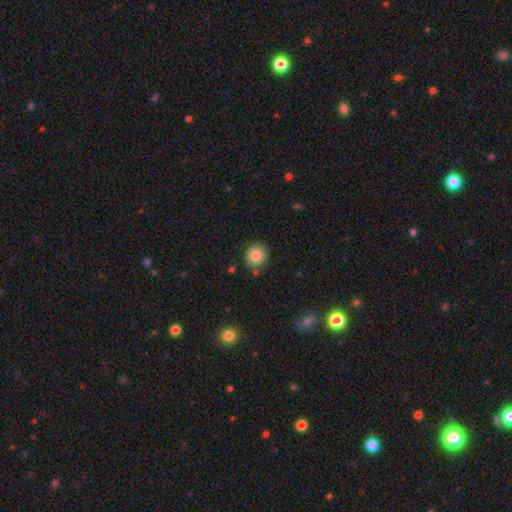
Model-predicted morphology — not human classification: Smooth or featured? smooth (84%)
How rounded? round (93%)
Merging? none (84%)